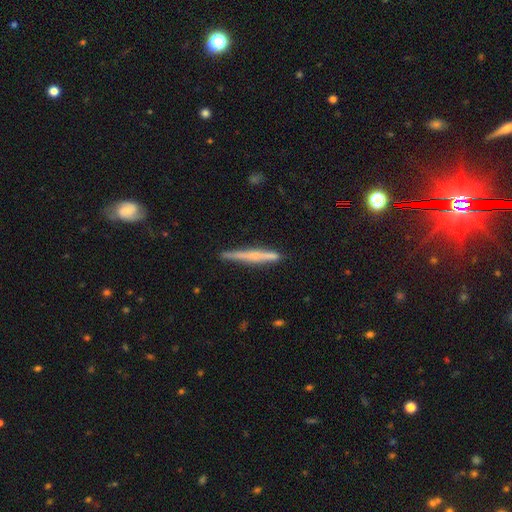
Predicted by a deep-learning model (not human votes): This appears to be a featured or disk galaxy (51%) viewed edge-on (97%). Merging: none (84%).